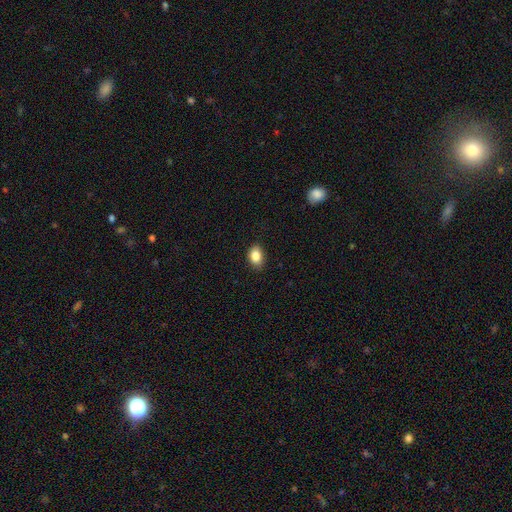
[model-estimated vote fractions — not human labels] Overall: smooth (86%). How rounded: in between (79%). Merging: none (85%).